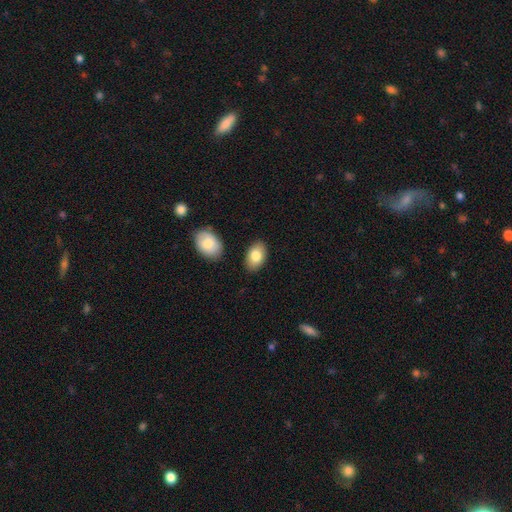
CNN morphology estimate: A smooth galaxy with no disk features (81%) that is in between round and cigar-shaped (92%). Merging: none (85%).